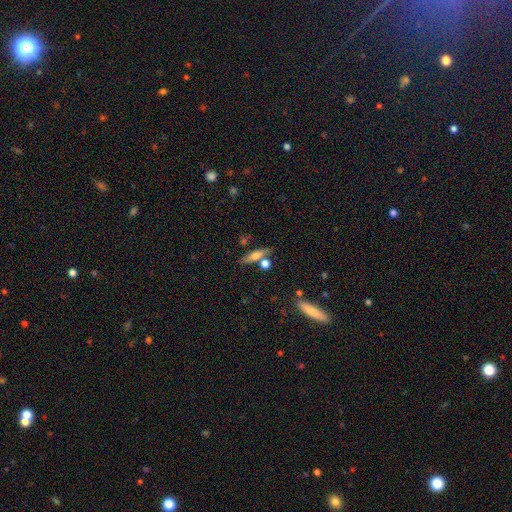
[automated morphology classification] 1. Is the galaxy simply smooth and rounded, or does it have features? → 62% smooth, 30% featured or disk, 8% star or artifact.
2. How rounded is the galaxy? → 69% cigar-shaped, 25% in between, 5% round.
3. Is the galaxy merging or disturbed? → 70% none, 13% merger, 13% minor disturbance, 4% major disturbance.